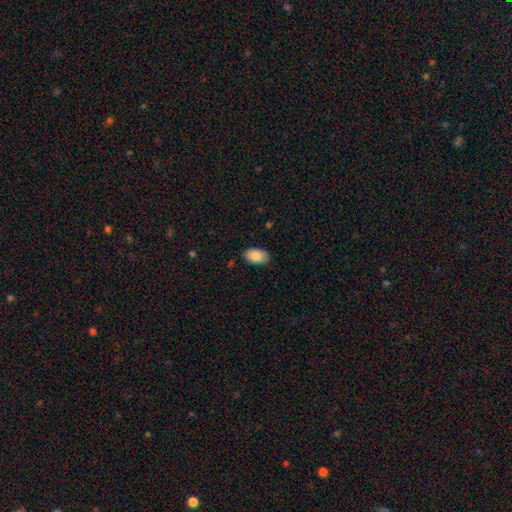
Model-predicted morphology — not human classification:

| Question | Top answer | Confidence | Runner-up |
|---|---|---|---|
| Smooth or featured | smooth | 86% | featured or disk (7%) |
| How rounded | in between | 94% | round (5%) |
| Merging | none | 83% | minor disturbance (13%) |